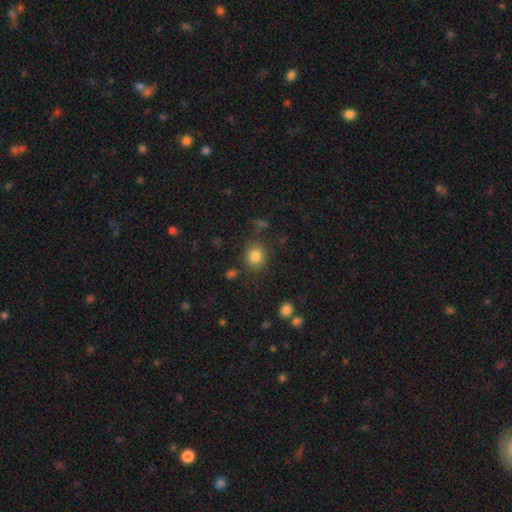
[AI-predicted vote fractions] Smooth or featured? Predicted: smooth (p=0.83). How rounded? Predicted: round (p=0.81). Merging? Predicted: none (p=0.83).